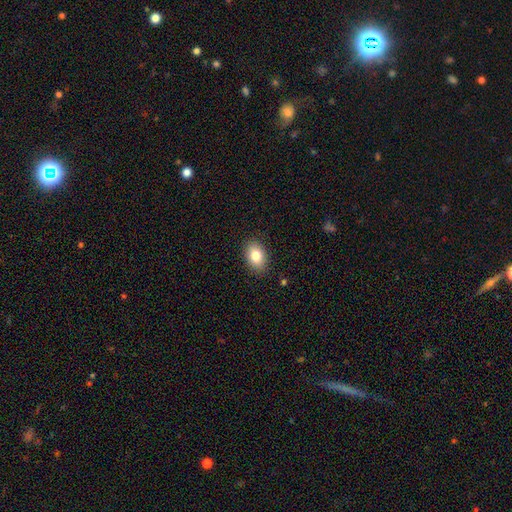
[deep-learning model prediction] A smooth galaxy with no disk features (82%) that is in between round and cigar-shaped (82%). Merging: none (88%).